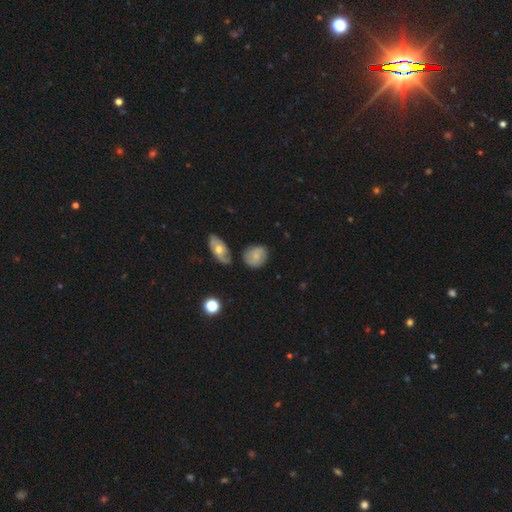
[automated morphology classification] type=smooth (64%); roundness=round (63%); merging=none (66%).